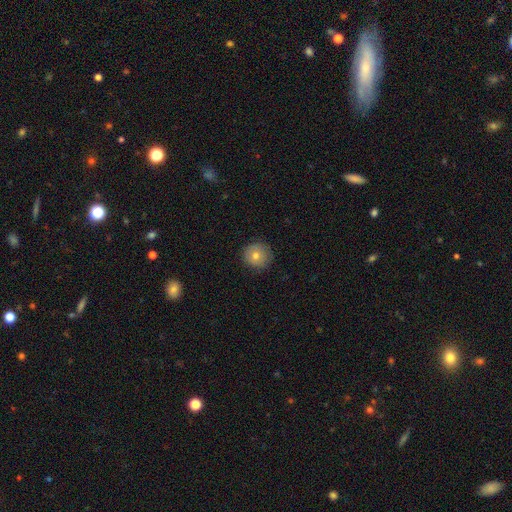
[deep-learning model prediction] smooth 75%, featured or disk 16%, star or artifact 9%. Down the decision tree: how rounded — round (94%); merging — none (88%).